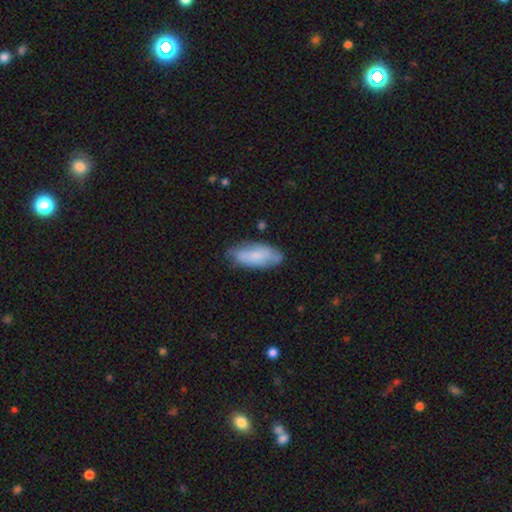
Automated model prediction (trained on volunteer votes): A smooth galaxy with no disk features (68%) that is in between round and cigar-shaped (82%). Merging: none (67%).